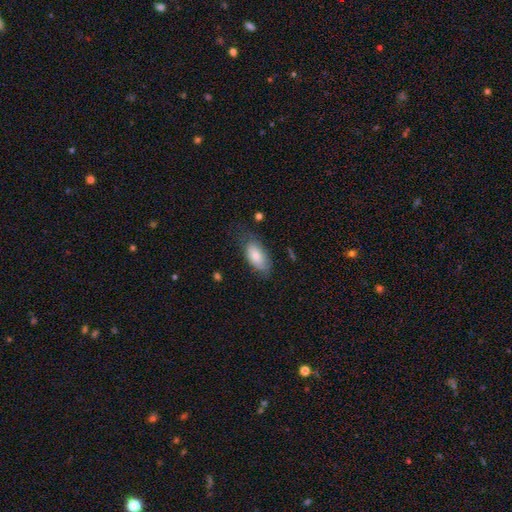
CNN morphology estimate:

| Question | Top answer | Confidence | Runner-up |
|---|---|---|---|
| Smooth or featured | smooth | 78% | featured or disk (15%) |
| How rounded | in between | 93% | cigar-shaped (5%) |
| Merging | none | 58% | minor disturbance (30%) |